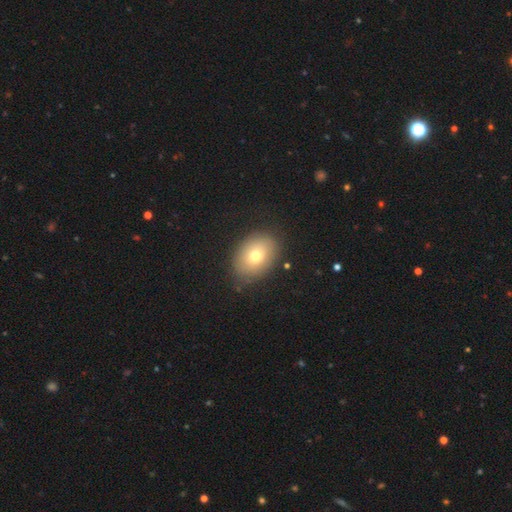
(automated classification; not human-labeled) smooth_or_featured: smooth (p=0.72) [alt: featured or disk p=0.17]
how_rounded: in between (p=0.72) [alt: round p=0.27]
merging: none (p=0.82) [alt: minor disturbance p=0.13]